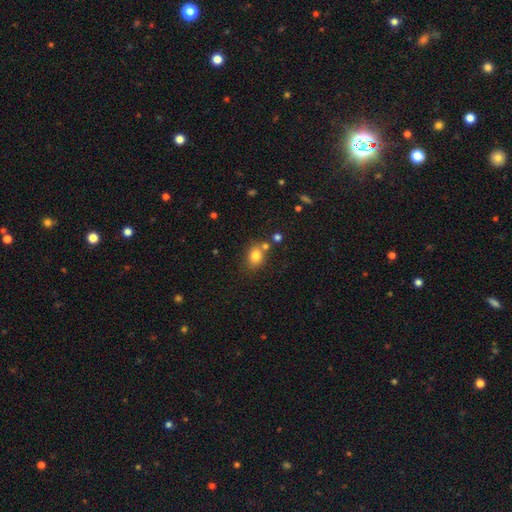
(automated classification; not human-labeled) smooth_or_featured: smooth (p=0.80) [alt: star or artifact p=0.12]
how_rounded: in between (p=0.50) [alt: round p=0.49]
merging: none (p=0.64) [alt: merger p=0.18]